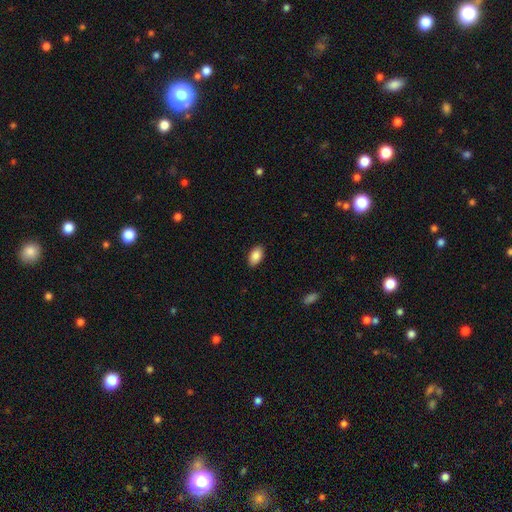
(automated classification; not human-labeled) smooth_or_featured: smooth (p=0.87) [alt: star or artifact p=0.07]
how_rounded: in between (p=0.93) [alt: round p=0.05]
merging: none (p=0.89) [alt: minor disturbance p=0.08]